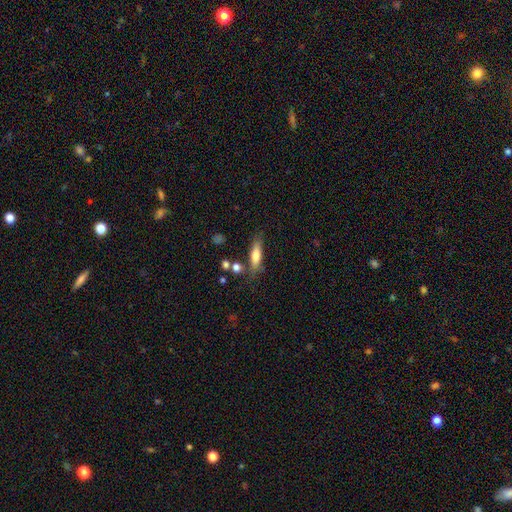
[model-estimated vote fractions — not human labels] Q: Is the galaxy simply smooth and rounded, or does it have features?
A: smooth — 69%.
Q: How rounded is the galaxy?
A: cigar-shaped — 62%.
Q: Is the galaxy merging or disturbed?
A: none — 72%.